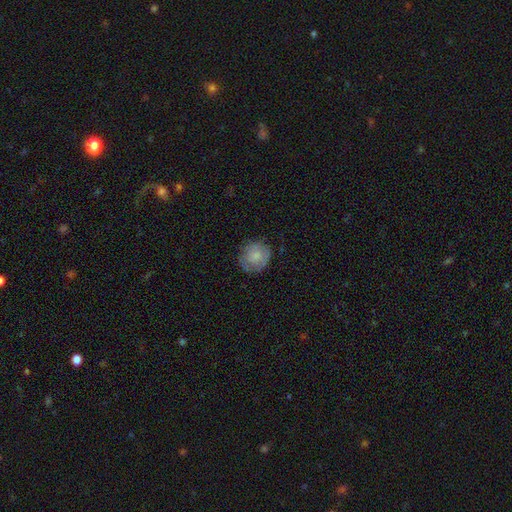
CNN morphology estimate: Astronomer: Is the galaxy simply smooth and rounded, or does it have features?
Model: smooth — 72%.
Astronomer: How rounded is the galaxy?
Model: round — 83%.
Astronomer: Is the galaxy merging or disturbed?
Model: none — 73%.